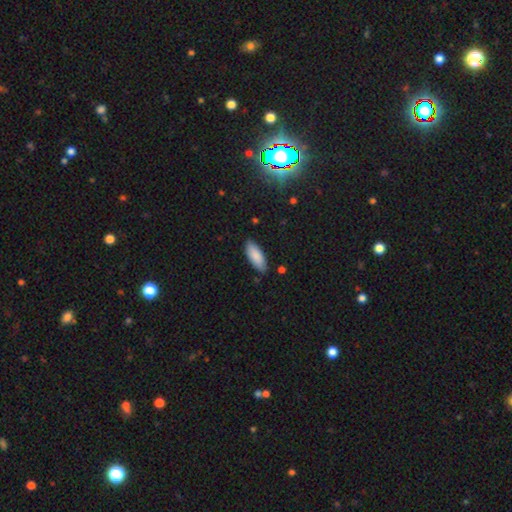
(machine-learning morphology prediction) This appears to be a smooth galaxy with no disk features (87%) that is in between round and cigar-shaped (78%). Merging: none (85%).